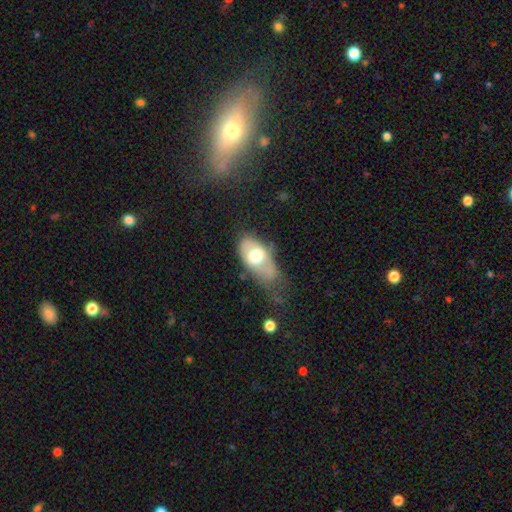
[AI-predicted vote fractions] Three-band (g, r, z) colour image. It shows a smooth galaxy with no disk features (62%) that is in between round and cigar-shaped (91%). Merging: minor disturbance (34%).